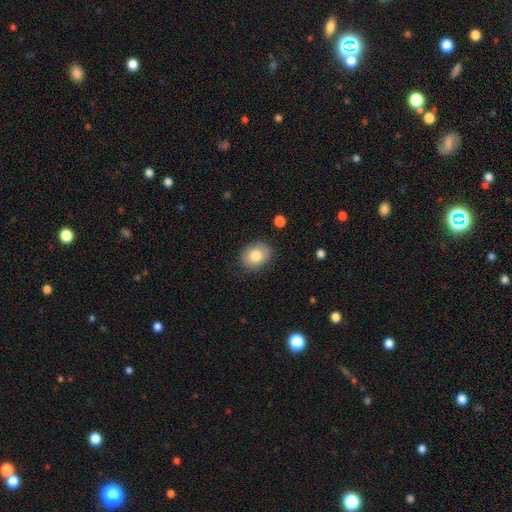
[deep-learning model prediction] Q: Smooth or featured?
A: smooth (82%); runner-up: featured or disk (10%)
Q: How rounded?
A: in between (56%); runner-up: round (43%)
Q: Merging?
A: none (85%); runner-up: minor disturbance (11%)